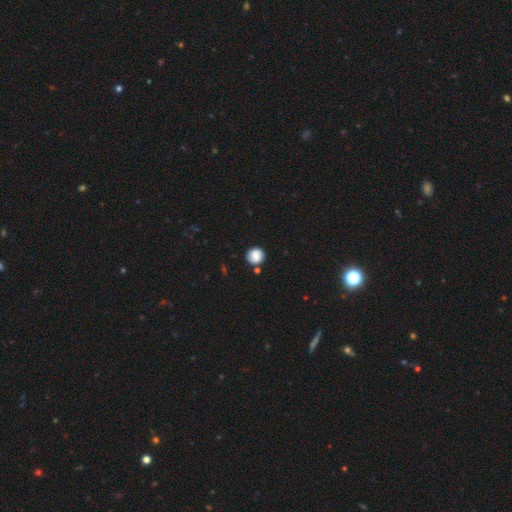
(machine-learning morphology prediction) smooth_or_featured: smooth (p=0.82) [alt: star or artifact p=0.09]
how_rounded: round (p=0.91) [alt: in between p=0.08]
merging: none (p=0.78) [alt: minor disturbance p=0.14]